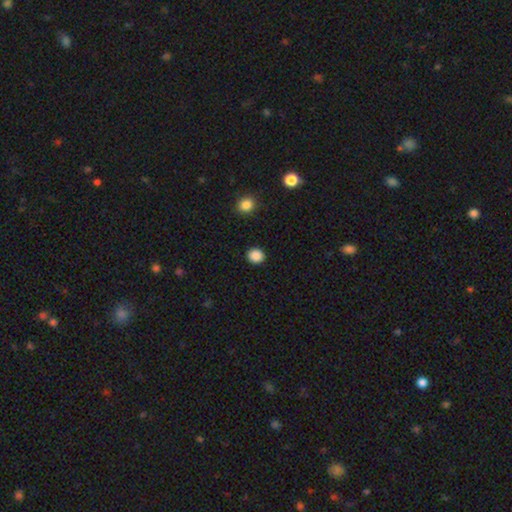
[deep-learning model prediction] Q: Smooth or featured?
A: smooth (88%); runner-up: star or artifact (10%)
Q: How rounded?
A: round (79%); runner-up: in between (20%)
Q: Merging?
A: none (91%); runner-up: minor disturbance (6%)